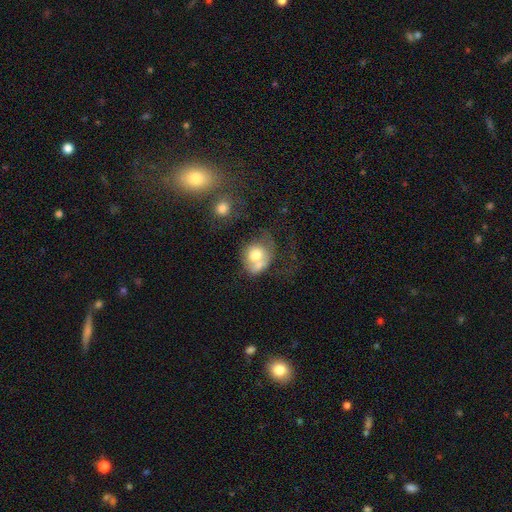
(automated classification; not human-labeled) Smooth or featured?
  - smooth: 63% *
  - featured or disk: 29%
  - star or artifact: 8%
How rounded?
  - round: 60% *
  - in between: 39%
  - cigar-shaped: 1%
Merging?
  - merger: 51% *
  - none: 20%
  - major disturbance: 16%
  - minor disturbance: 13%